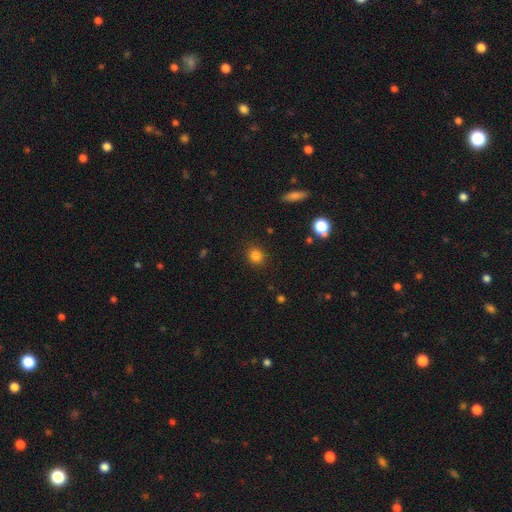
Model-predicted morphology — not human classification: Smooth or featured? smooth (83%)
How rounded? round (79%)
Merging? none (89%)